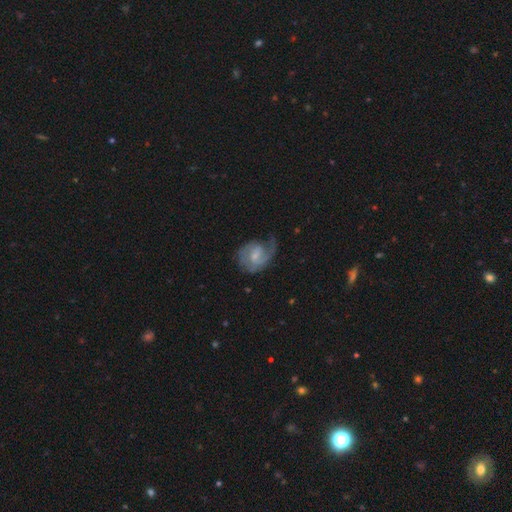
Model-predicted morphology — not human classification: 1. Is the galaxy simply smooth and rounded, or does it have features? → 77% featured or disk, 17% smooth, 6% star or artifact.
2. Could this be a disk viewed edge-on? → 98% no, 2% yes.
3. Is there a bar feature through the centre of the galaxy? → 57% weak, 32% no, 11% strong.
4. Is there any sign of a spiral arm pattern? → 93% yes, 7% no.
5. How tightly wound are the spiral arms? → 46% medium, 29% tight, 25% loose.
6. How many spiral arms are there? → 50% 2, 31% 1, 11% can't tell, 4% 3, 2% 4, 2% more than 4.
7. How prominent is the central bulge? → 52% small, 29% moderate, 16% none, 3% large, 1% dominant.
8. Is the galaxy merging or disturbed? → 53% none, 24% minor disturbance, 21% major disturbance, 2% merger.